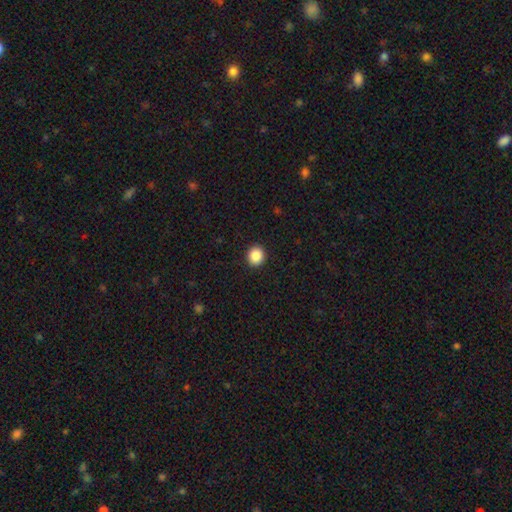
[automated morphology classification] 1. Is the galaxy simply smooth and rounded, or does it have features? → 88% smooth, 9% star or artifact, 3% featured or disk.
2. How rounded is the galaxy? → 82% round, 17% in between, 1% cigar-shaped.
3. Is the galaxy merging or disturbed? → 92% none, 5% minor disturbance, 2% major disturbance, 1% merger.